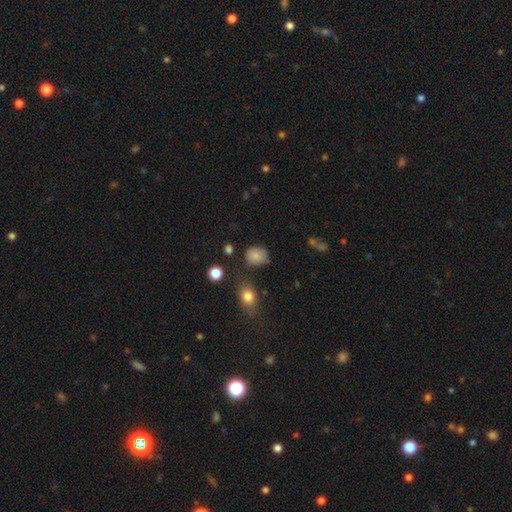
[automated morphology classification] A smooth galaxy with no disk features (82%) that is round (67%). Merging: none (67%).